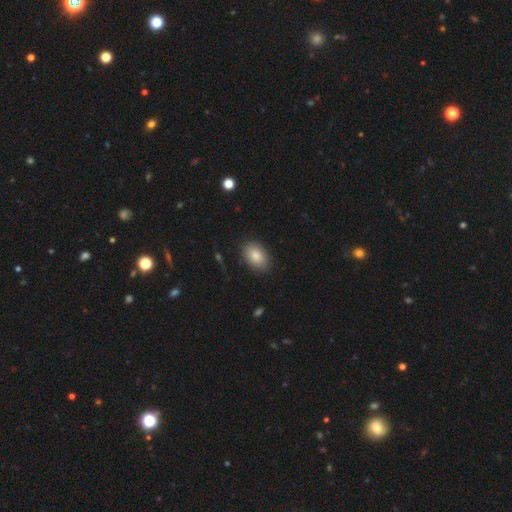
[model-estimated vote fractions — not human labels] The model was most divided on "how rounded": in between: 84%, round: 14%, cigar-shaped: 1%. More confident: merging — none (86%); smooth or featured — smooth (84%).